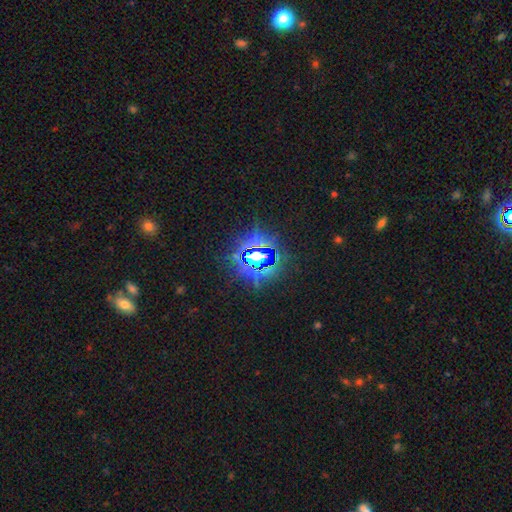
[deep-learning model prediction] star or artifact 81%, smooth 11%, featured or disk 8%.